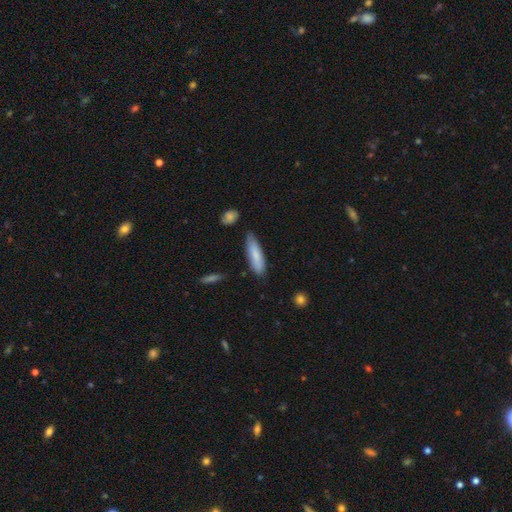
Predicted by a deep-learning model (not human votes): The model was most divided on "how rounded": cigar-shaped: 68%, in between: 31%, round: 1%. More confident: smooth or featured — smooth (80%); merging — none (77%).